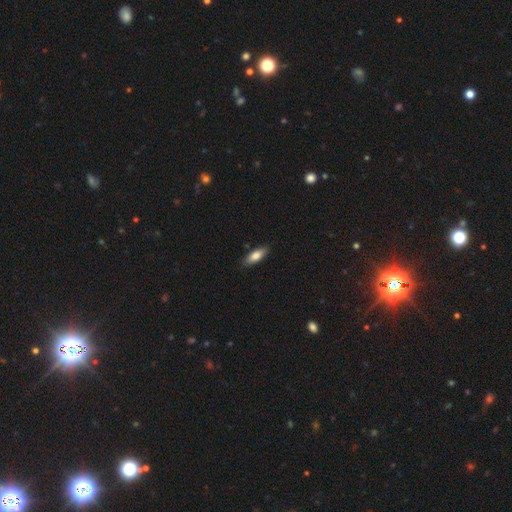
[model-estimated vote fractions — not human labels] smooth-or-featured: smooth: 79% | featured or disk: 15% | star or artifact: 6%
  how-rounded: in between: 66% | cigar-shaped: 32% | round: 2%
  merging: none: 86% | minor disturbance: 11% | major disturbance: 2% | merger: 1%